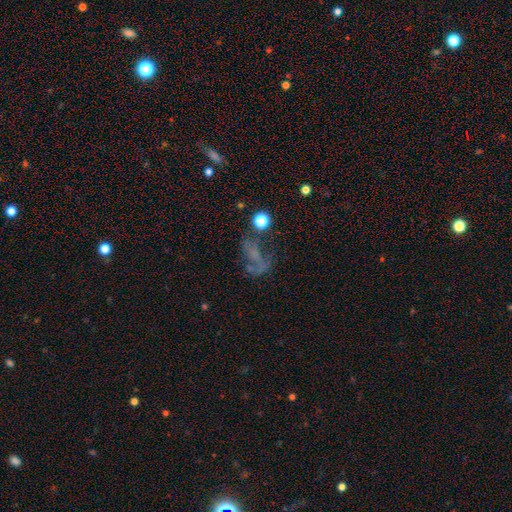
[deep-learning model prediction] Overall: featured or disk (40%; star or artifact 32%). Merging: major disturbance (41%; none 31%).